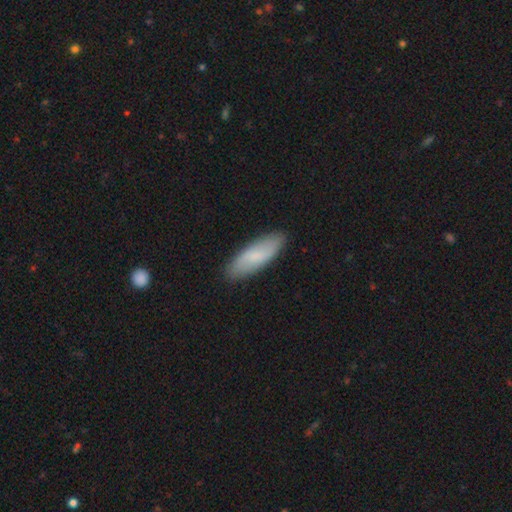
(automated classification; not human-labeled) Q: Smooth or featured?
A: smooth (69%); runner-up: featured or disk (25%)
Q: How rounded?
A: in between (56%); runner-up: cigar-shaped (42%)
Q: Merging?
A: none (87%); runner-up: minor disturbance (10%)